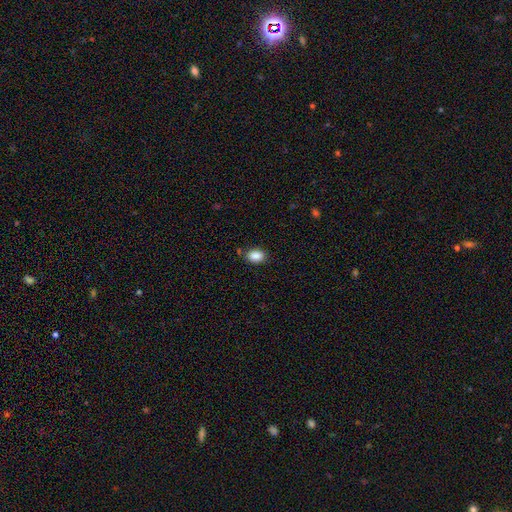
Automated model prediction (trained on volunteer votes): Morphology: type=smooth (88%); roundness=in between (75%); merging=none (82%).